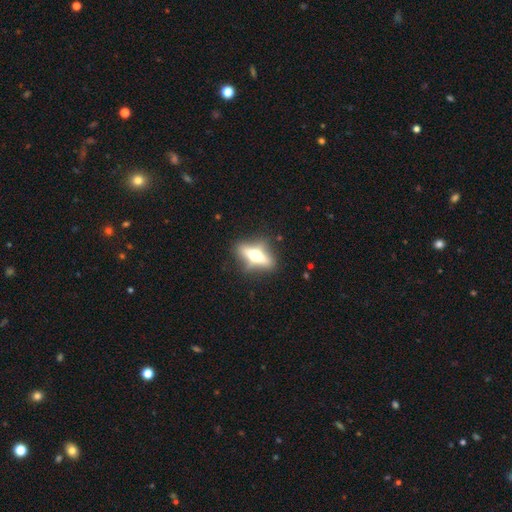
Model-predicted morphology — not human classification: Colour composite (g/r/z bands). It shows a featured or disk galaxy (58%) viewed edge-on (84%). Merging: none (75%).